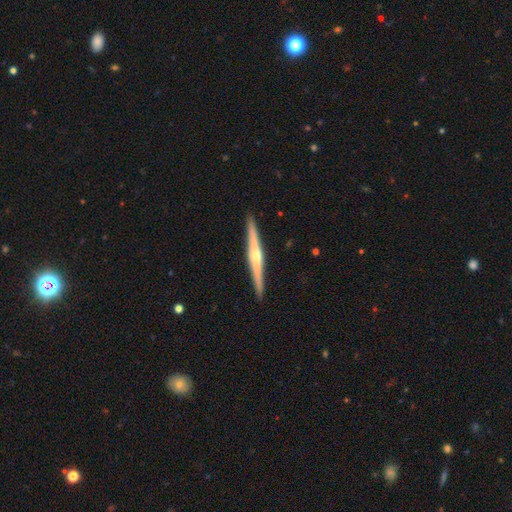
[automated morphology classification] Overall: featured or disk (78%). Edge-on disk: yes (98%). Edge-on bulge: rounded (84%). Merging: none (92%).